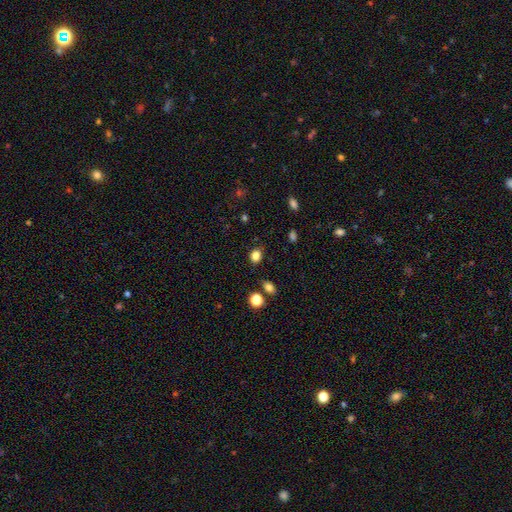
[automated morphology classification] The model was most divided on "how rounded": in between: 50%, round: 49%, cigar-shaped: 1%. More confident: smooth or featured — smooth (83%); merging — none (82%).